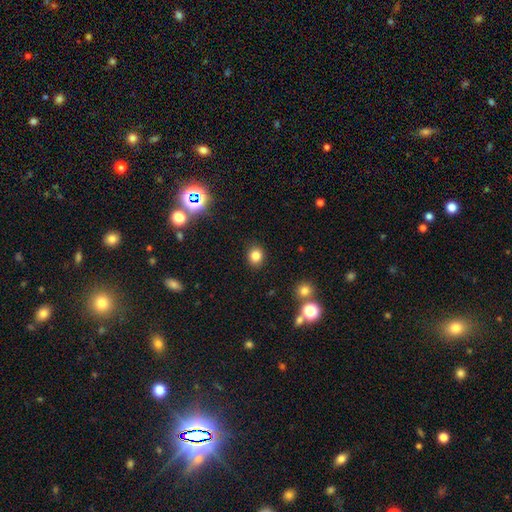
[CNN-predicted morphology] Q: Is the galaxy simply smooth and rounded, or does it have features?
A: smooth — 82%.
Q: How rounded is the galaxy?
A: round — 75%.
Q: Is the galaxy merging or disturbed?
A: none — 90%.